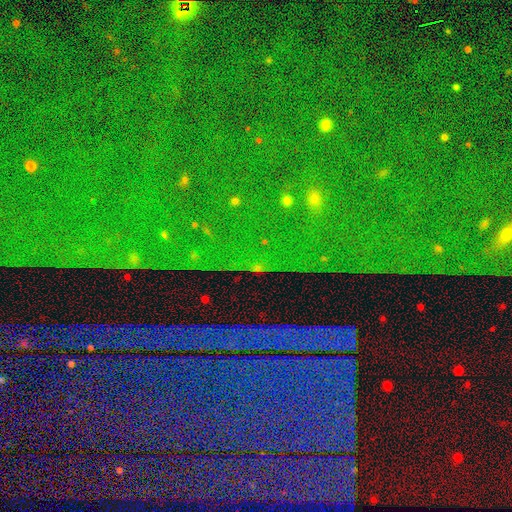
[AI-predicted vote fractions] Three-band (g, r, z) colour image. It shows a star or artifact, not a galaxy (75%).